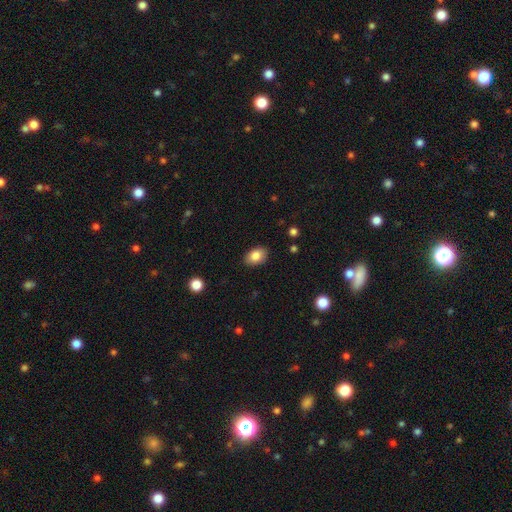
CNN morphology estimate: type=smooth (84%); roundness=in between (82%); merging=none (87%).